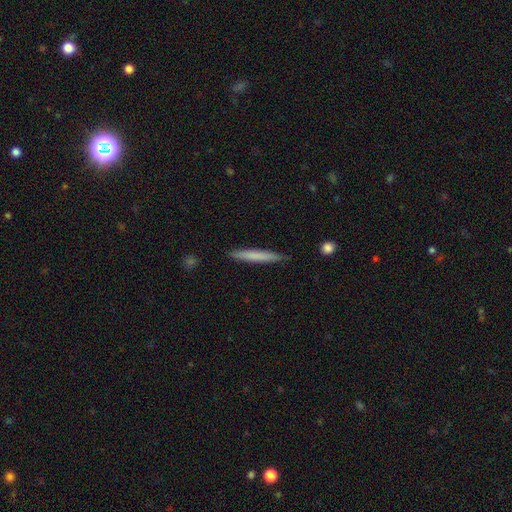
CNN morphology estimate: Smooth or featured: smooth — 71% (featured or disk — 24%)
How rounded: cigar-shaped — 96% (in between — 3%)
Merging: none — 89% (minor disturbance — 8%)